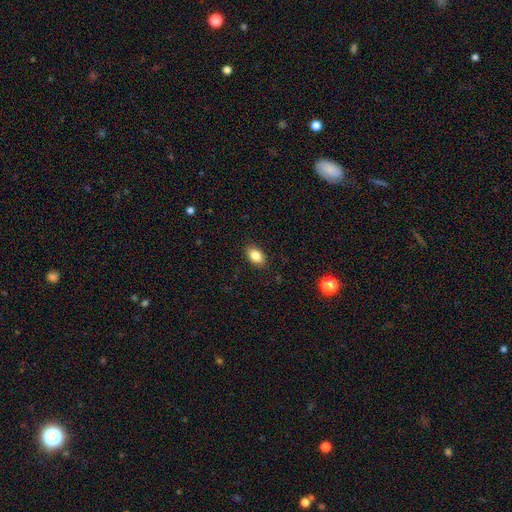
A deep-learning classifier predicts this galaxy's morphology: Smooth or featured: smooth — 84% (star or artifact — 8%)
How rounded: in between — 89% (round — 9%)
Merging: none — 88% (minor disturbance — 9%)